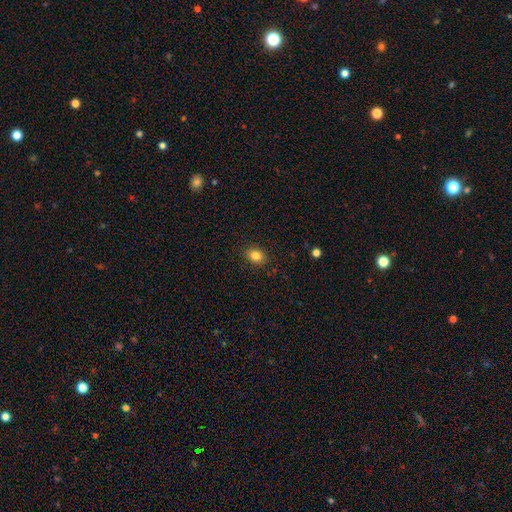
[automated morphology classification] smooth 84%, star or artifact 10%, featured or disk 6%. Down the decision tree: how rounded — in between (72%); merging — none (88%).